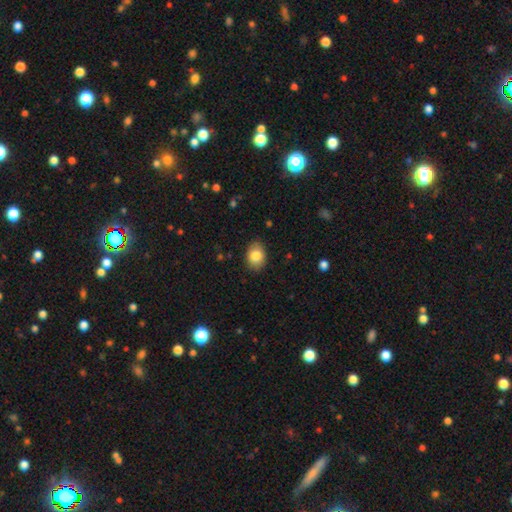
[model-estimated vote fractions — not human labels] Smooth or featured? smooth (84%)
How rounded? in between (72%)
Merging? none (85%)